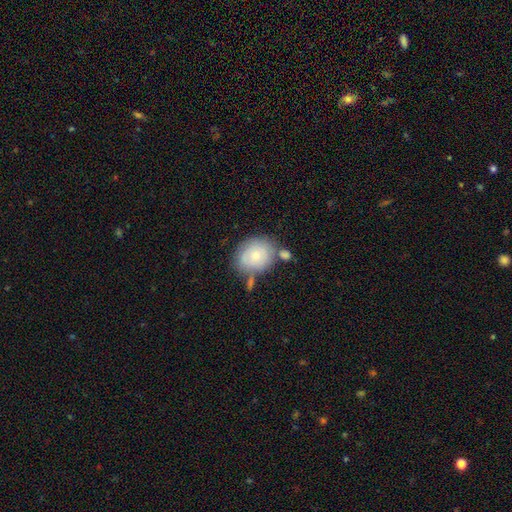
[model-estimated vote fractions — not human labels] Smooth or featured? Predicted: smooth (p=0.71). How rounded? Predicted: round (p=0.60). Merging? Predicted: none (p=0.57).